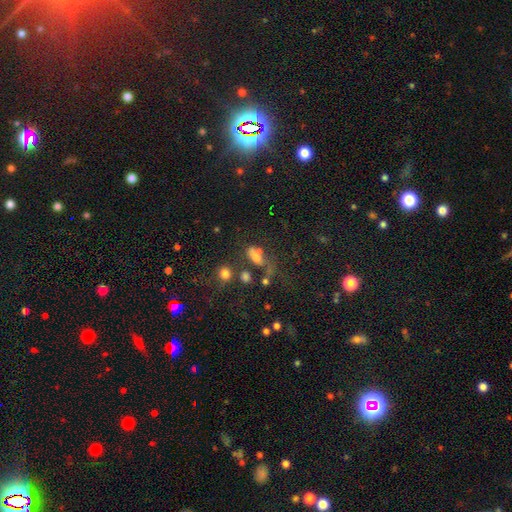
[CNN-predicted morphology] Smooth or featured? Predicted: smooth (p=0.65). How rounded? Predicted: in between (p=0.75). Merging? Predicted: none (p=0.36).